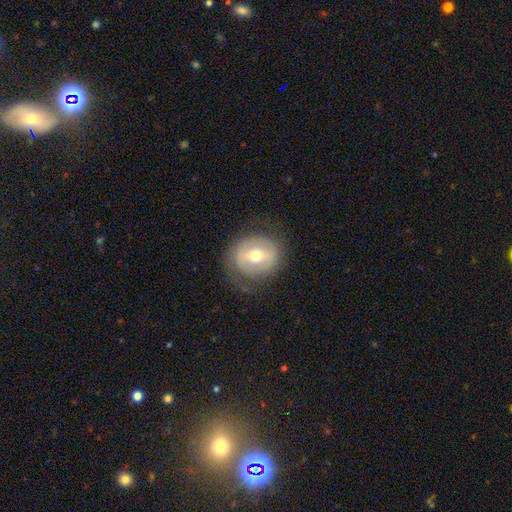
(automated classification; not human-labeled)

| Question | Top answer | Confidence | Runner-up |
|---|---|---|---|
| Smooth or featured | featured or disk | 51% | smooth (42%) |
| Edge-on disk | no | 95% | yes (5%) |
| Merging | none | 72% | minor disturbance (17%) |